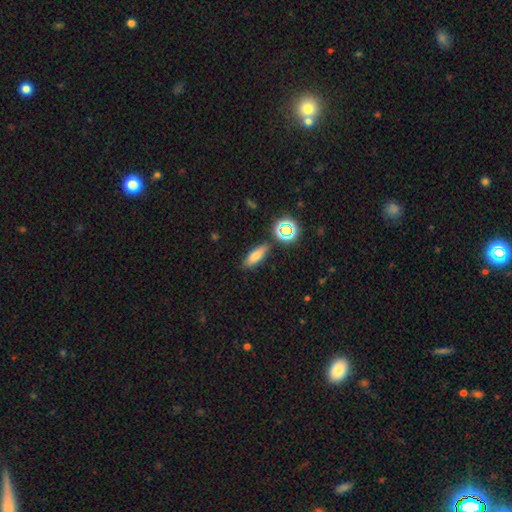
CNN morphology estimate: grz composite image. It shows a smooth galaxy with no disk features (73%) that is in between round and cigar-shaped (56%). Merging: none (83%).